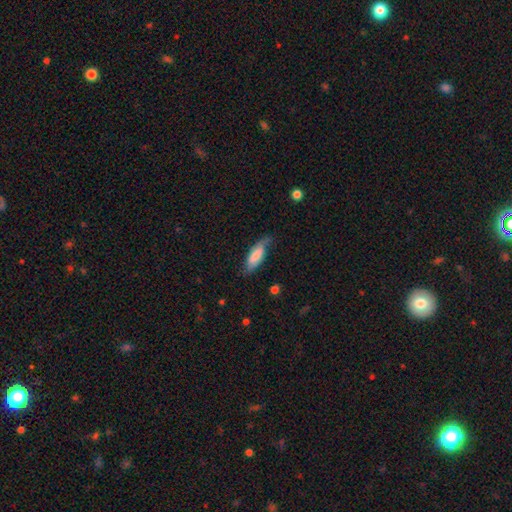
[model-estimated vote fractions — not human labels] Smooth or featured?
  - smooth: 70% *
  - featured or disk: 24%
  - star or artifact: 6%
How rounded?
  - in between: 64% *
  - cigar-shaped: 35%
  - round: 2%
Merging?
  - none: 60% *
  - minor disturbance: 30%
  - major disturbance: 8%
  - merger: 2%